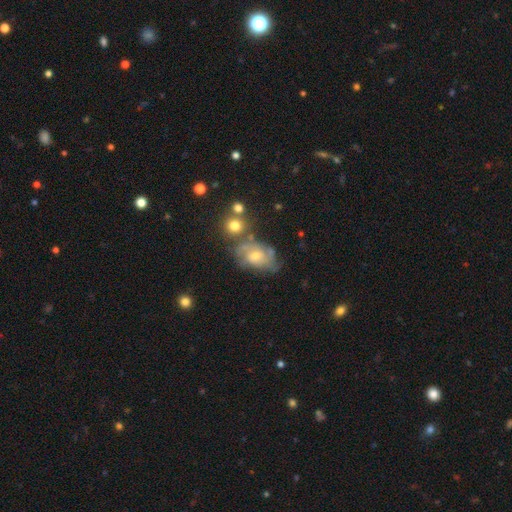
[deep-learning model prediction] Smooth or featured? Predicted: featured or disk (p=0.65). Edge-on disk? Predicted: no (p=0.96). Bar? Predicted: no (p=0.71). Spiral arms? Predicted: yes (p=0.83). Spiral winding? Predicted: tight (p=0.42, tied with medium). Spiral arm count? Predicted: can't tell (p=0.39). Bulge size? Predicted: small (p=0.47). Merging? Predicted: none (p=0.48).